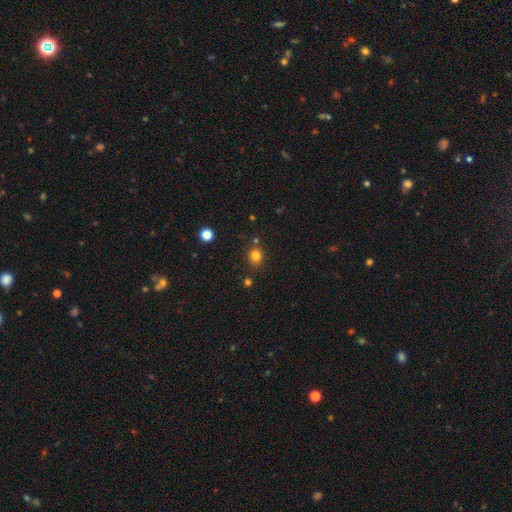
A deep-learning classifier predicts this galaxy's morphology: Smooth or featured?
  - smooth: 80% *
  - star or artifact: 14%
  - featured or disk: 5%
How rounded?
  - round: 76% *
  - in between: 23%
  - cigar-shaped: 1%
Merging?
  - none: 82% *
  - minor disturbance: 10%
  - merger: 6%
  - major disturbance: 3%